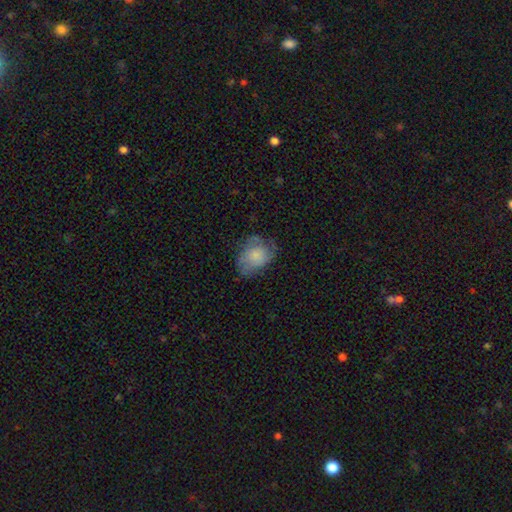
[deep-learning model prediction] This appears to be a smooth galaxy with no disk features (63%) that is in between round and cigar-shaped (72%). Merging: none (50%).